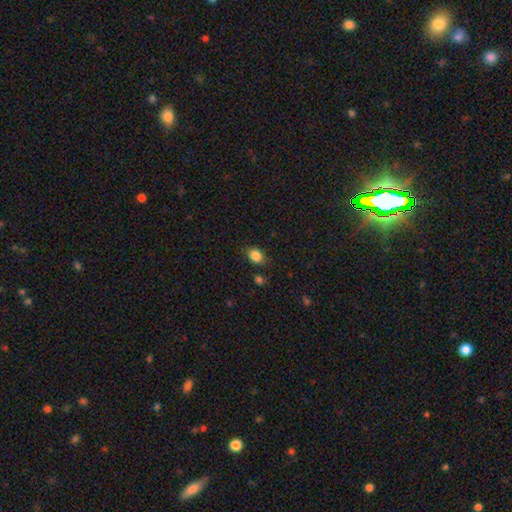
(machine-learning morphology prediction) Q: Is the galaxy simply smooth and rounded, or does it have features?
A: smooth — 86%.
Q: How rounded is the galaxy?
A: in between — 67%.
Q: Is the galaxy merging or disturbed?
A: none — 79%.